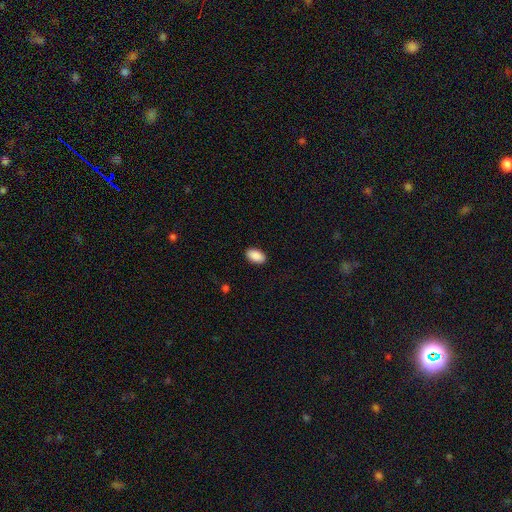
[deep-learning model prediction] This appears to be a smooth galaxy with no disk features (90%) that is in between round and cigar-shaped (94%). Merging: none (90%).